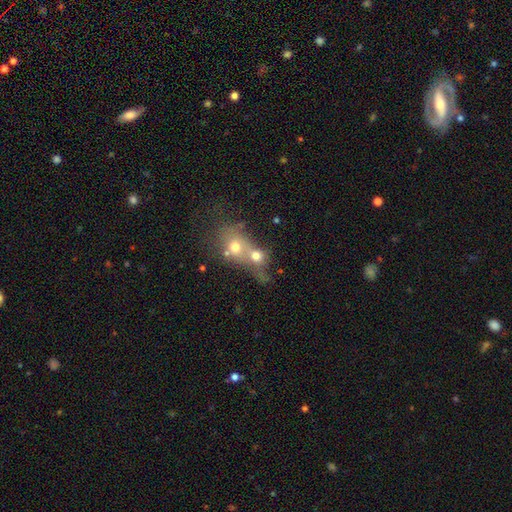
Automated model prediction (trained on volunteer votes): A smooth galaxy with no disk features (58%) that is round (65%). Merging: merger (73%).